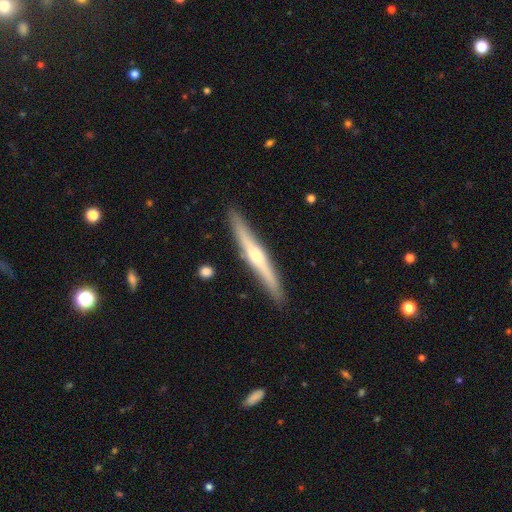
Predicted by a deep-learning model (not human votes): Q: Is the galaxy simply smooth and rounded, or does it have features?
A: featured or disk — 66%.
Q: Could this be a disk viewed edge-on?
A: yes — 97%.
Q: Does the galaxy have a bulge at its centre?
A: rounded — 79%.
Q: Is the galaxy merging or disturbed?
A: none — 90%.